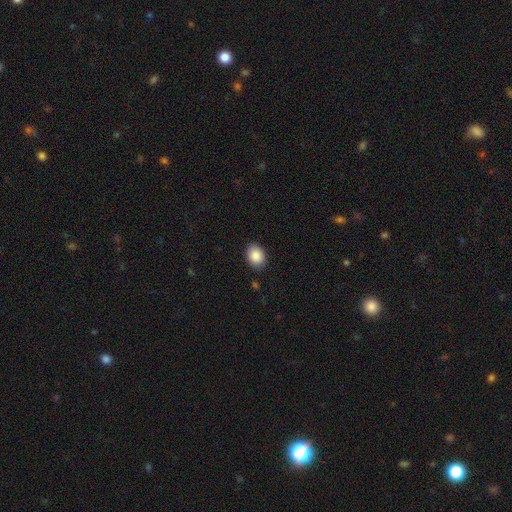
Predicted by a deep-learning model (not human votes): Morphology: type=smooth (89%); roundness=in between (70%); merging=none (87%).